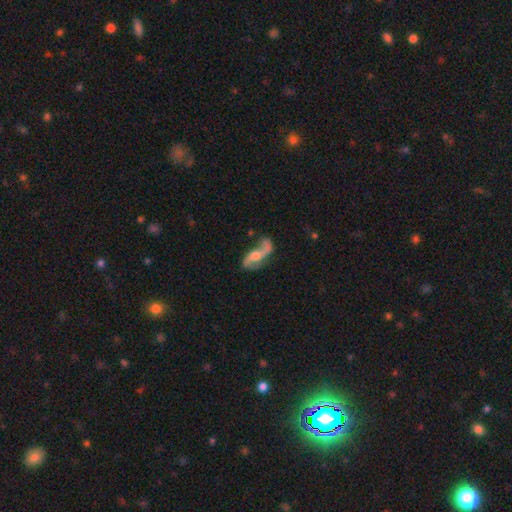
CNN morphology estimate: featured or disk 84%, smooth 11%, star or artifact 5%. Down the decision tree: edge-on disk — no (94%); bar — no (53%); spiral arms — yes (94%); spiral arm count — 2 (91%); spiral winding — loose (74%); bulge size — moderate (60%); merging — none (64%).